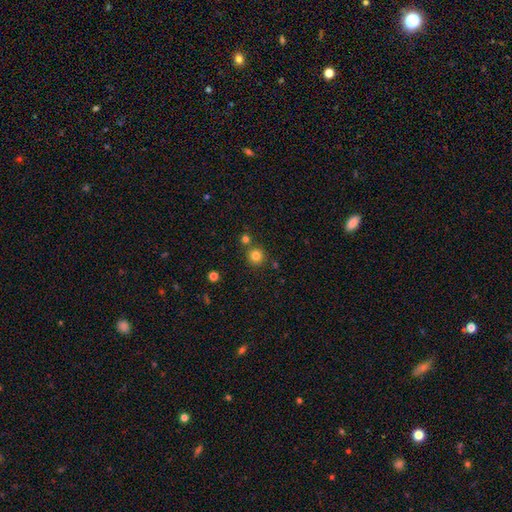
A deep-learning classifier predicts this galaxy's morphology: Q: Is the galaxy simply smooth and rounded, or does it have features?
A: smooth — 81%.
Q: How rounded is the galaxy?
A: round — 94%.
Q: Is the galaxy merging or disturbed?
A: none — 79%.